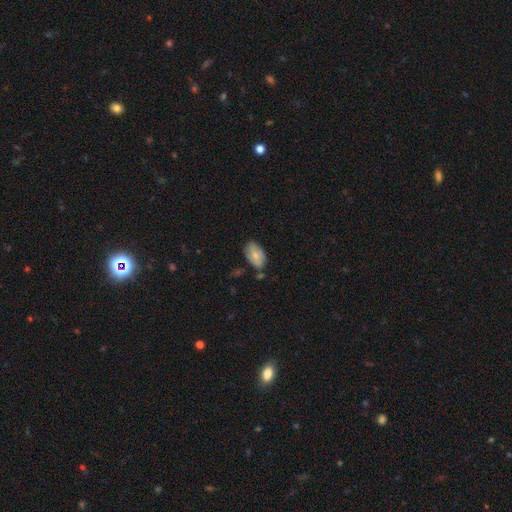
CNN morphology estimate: This appears to be a smooth galaxy with no disk features (69%) that is in between round and cigar-shaped (92%). Merging: none (61%).